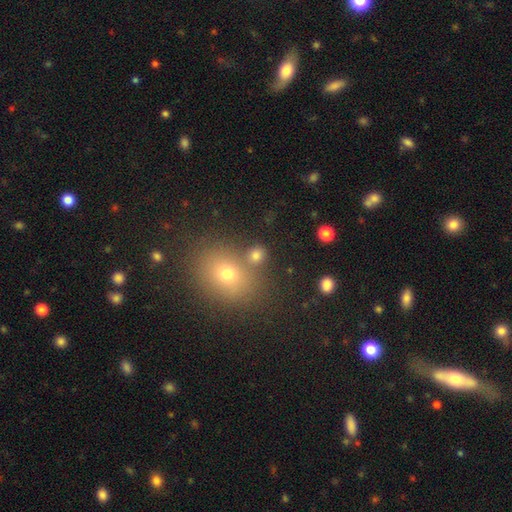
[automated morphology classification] smooth_or_featured: smooth (p=0.76) [alt: star or artifact p=0.16]
how_rounded: round (p=0.70) [alt: in between p=0.29]
merging: none (p=0.68) [alt: merger p=0.18]